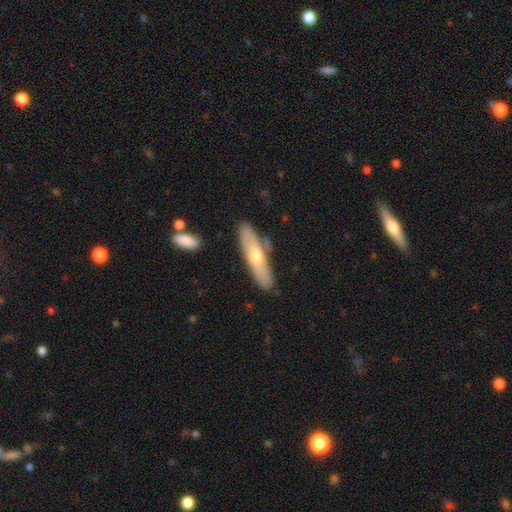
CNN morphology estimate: type=smooth (47%); merging=none (79%).